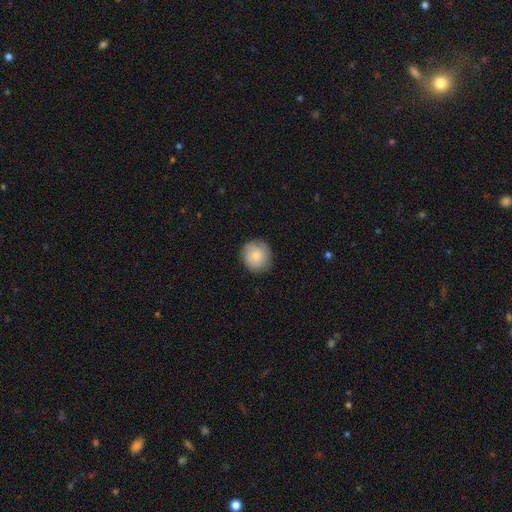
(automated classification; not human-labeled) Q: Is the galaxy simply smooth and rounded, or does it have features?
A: smooth — 80%.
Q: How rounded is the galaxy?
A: round — 88%.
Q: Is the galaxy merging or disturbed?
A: none — 82%.